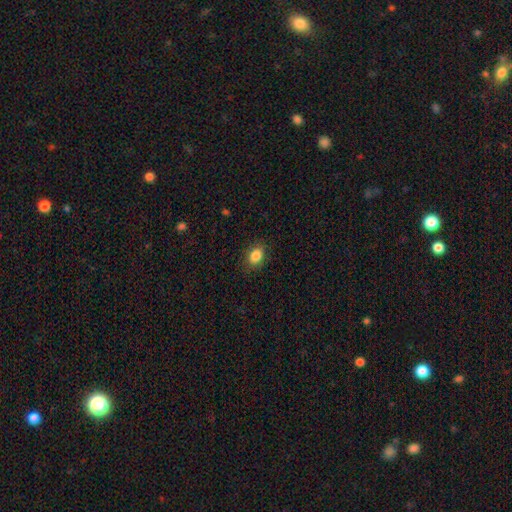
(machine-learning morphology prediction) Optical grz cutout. It shows a smooth galaxy with no disk features (85%) that is in between round and cigar-shaped (71%). Merging: none (86%).